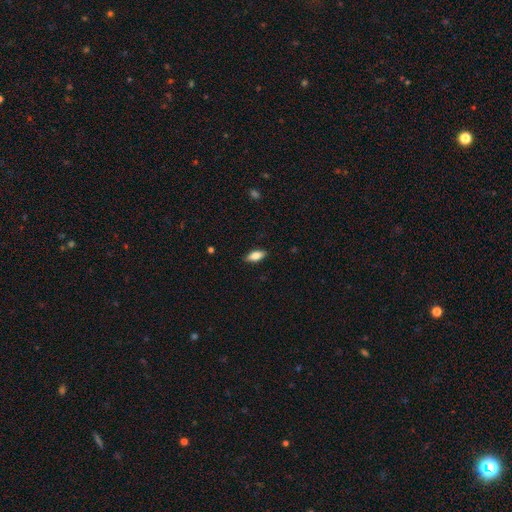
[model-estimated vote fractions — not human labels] This is likely a smooth galaxy (78%). How rounded: clearly in between (81%). Merging: clearly none (88%).